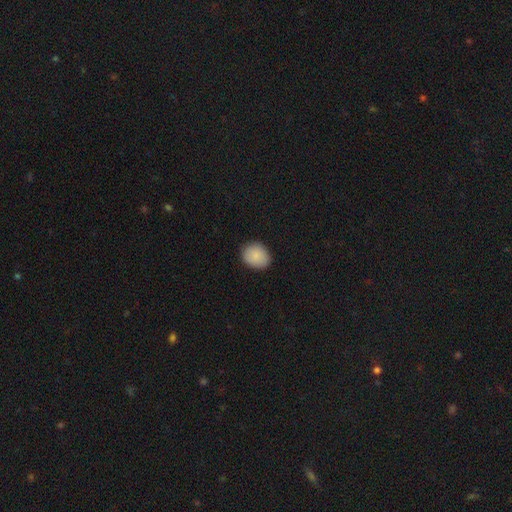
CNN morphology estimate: A smooth galaxy with no disk features (88%) that is round (50%).

Vote fractions:
- Smooth or featured? smooth: 88% / star or artifact: 7% / featured or disk: 5%
- How rounded? round: 50% / in between: 49% / cigar-shaped: 1%
- Merging? none: 86% / minor disturbance: 11% / major disturbance: 2% / merger: 1%